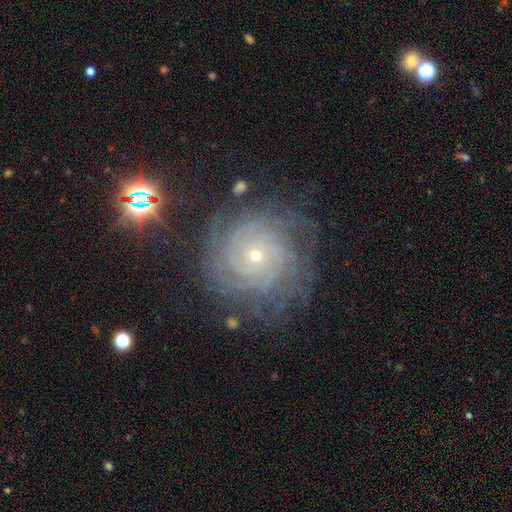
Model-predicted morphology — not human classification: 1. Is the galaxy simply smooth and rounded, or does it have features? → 85% featured or disk, 9% star or artifact, 6% smooth.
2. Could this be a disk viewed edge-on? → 97% no, 3% yes.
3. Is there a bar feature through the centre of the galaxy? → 80% no, 16% weak, 5% strong.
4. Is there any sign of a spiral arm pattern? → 97% yes, 3% no.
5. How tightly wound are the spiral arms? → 83% tight, 15% medium, 3% loose.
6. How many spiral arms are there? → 30% can't tell, 20% 4, 18% more than 4, 14% 3, 11% 2, 7% 1.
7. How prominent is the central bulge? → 66% small, 31% moderate, 1% large, 1% none, 1% dominant.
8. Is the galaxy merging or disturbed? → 77% none, 15% minor disturbance, 6% major disturbance, 1% merger.